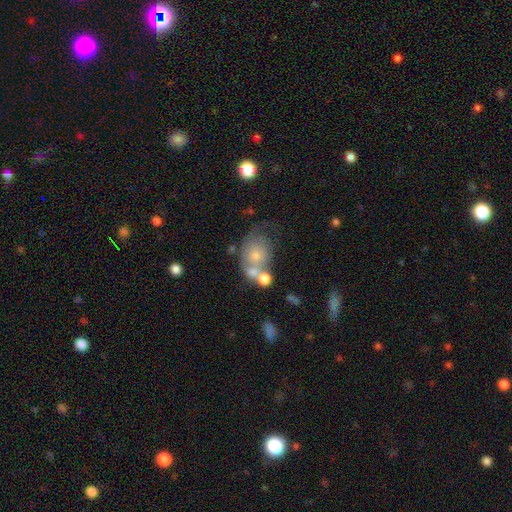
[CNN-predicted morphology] Smooth or featured?
  - smooth: 52% *
  - featured or disk: 38%
  - star or artifact: 10%
How rounded?
  - round: 52% *
  - in between: 47%
  - cigar-shaped: 1%
Merging?
  - merger: 37% *
  - none: 26%
  - major disturbance: 20%
  - minor disturbance: 17%